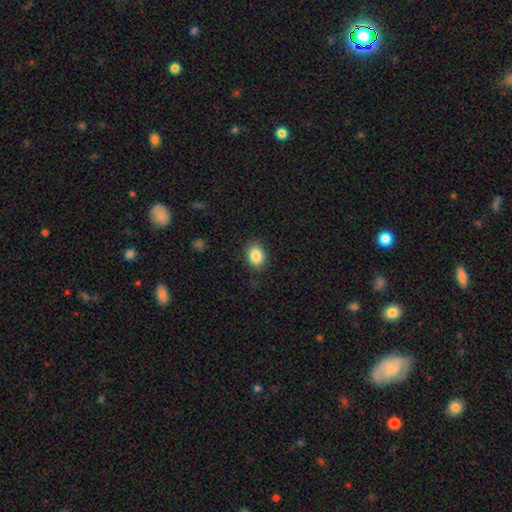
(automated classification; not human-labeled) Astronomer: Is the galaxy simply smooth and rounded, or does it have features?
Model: smooth — 87%.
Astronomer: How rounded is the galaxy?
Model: in between — 69%.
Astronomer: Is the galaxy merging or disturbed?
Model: none — 84%.